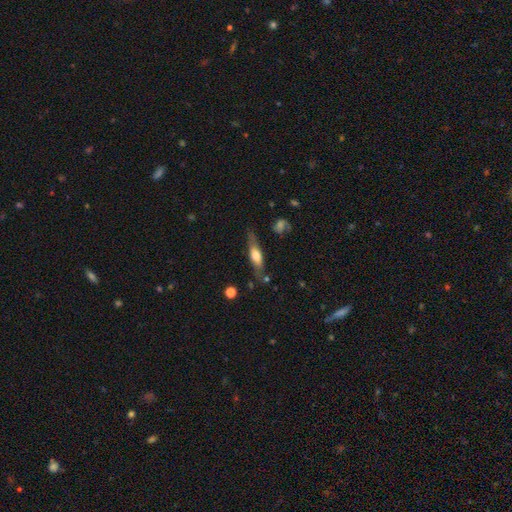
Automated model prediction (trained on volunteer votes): The model was most divided on "smooth or featured": smooth: 51%, featured or disk: 43%, star or artifact: 6%. More confident: merging — none (69%); how rounded — cigar-shaped (58%).